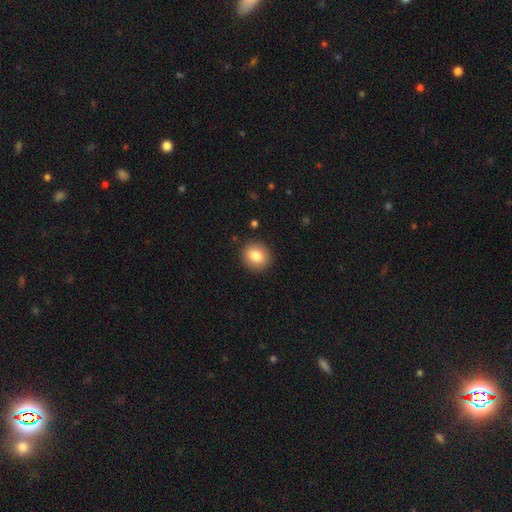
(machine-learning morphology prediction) Q: Smooth or featured?
A: smooth (82%); runner-up: star or artifact (9%)
Q: How rounded?
A: round (79%); runner-up: in between (20%)
Q: Merging?
A: none (90%); runner-up: minor disturbance (7%)